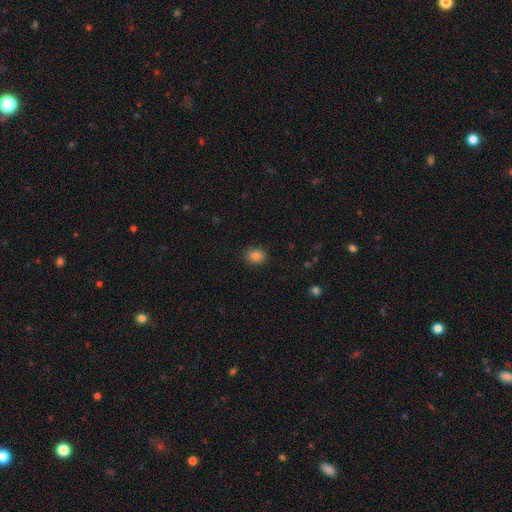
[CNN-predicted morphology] Q: Smooth or featured?
A: smooth (85%); runner-up: star or artifact (10%)
Q: How rounded?
A: round (55%); runner-up: in between (44%)
Q: Merging?
A: none (88%); runner-up: minor disturbance (9%)